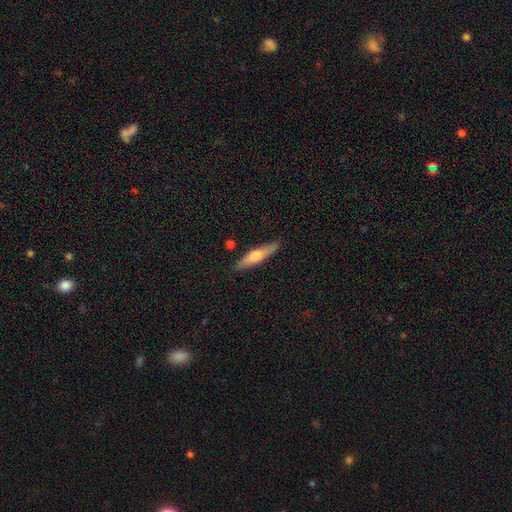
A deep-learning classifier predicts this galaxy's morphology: Smooth or featured? Predicted: smooth (p=0.57). How rounded? Predicted: cigar-shaped (p=0.80). Merging? Predicted: none (p=0.86).